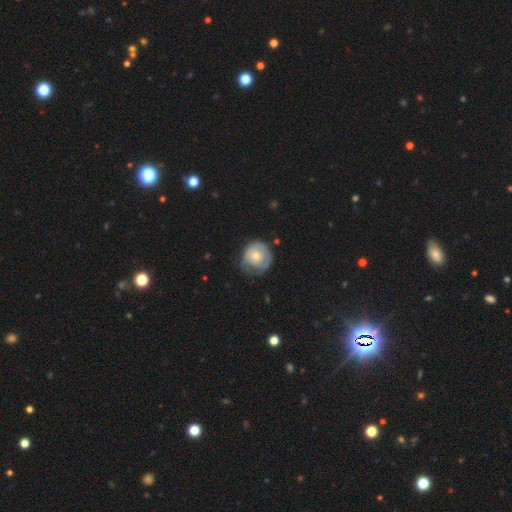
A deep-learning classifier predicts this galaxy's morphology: This is possibly a smooth galaxy (50%). How rounded: clearly round (83%). Merging: possibly none (47%).